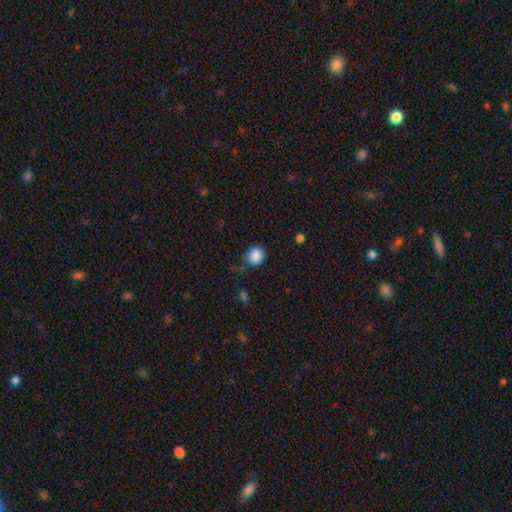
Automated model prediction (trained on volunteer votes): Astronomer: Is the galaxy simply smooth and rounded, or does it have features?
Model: smooth — 87%.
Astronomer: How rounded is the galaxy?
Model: round — 82%.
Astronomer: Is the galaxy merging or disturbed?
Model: none — 77%.